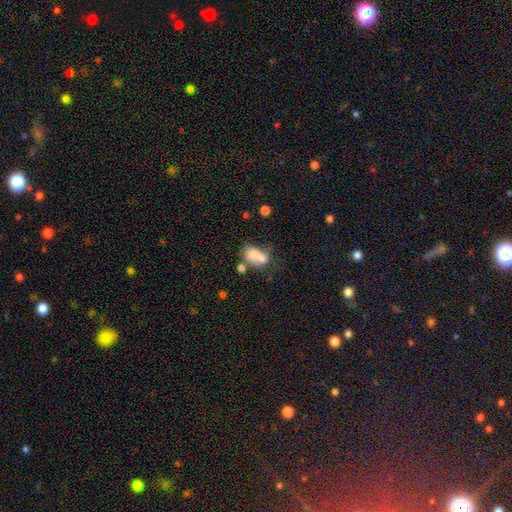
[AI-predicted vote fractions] smooth-or-featured: smooth: 69% | featured or disk: 21% | star or artifact: 11%
  how-rounded: in between: 65% | round: 33% | cigar-shaped: 1%
  merging: merger: 60% | none: 23% | minor disturbance: 10% | major disturbance: 8%